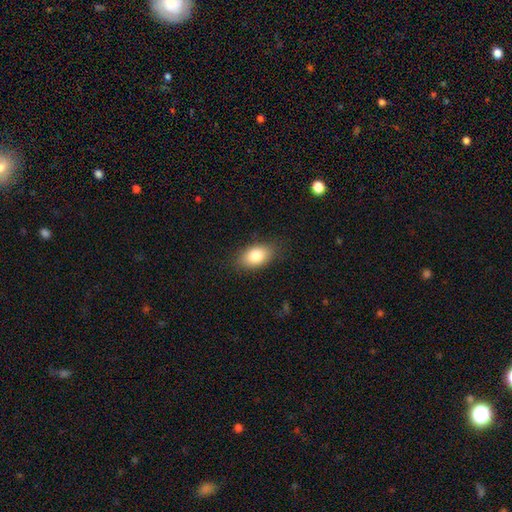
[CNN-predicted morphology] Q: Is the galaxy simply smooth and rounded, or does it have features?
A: smooth — 83%.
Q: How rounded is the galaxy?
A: in between — 89%.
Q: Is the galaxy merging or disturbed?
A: none — 84%.